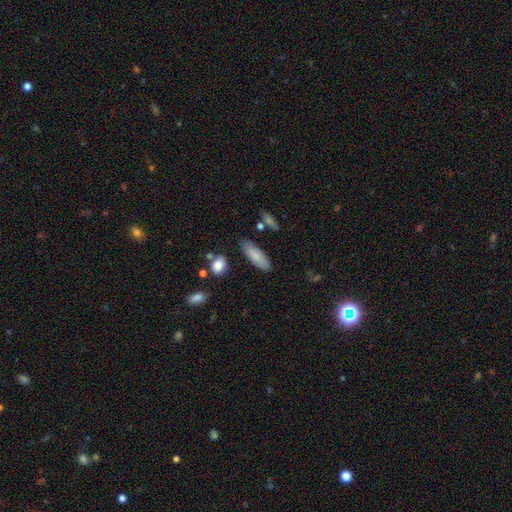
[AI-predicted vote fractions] This appears to be a smooth galaxy with no disk features (83%) that is in between round and cigar-shaped (60%). Merging: none (81%).